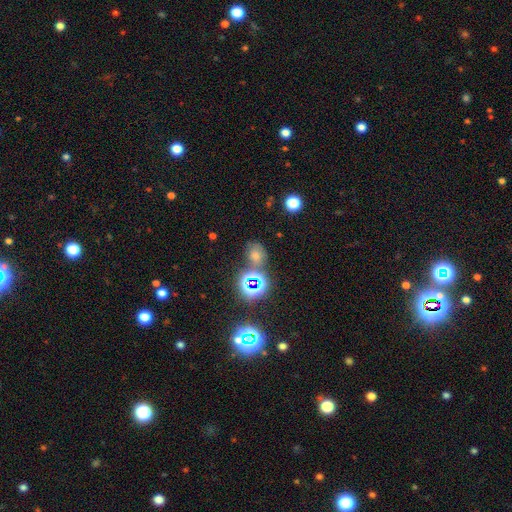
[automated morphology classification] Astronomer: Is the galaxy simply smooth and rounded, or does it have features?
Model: star or artifact — 48% (runner-up: smooth, 39%).